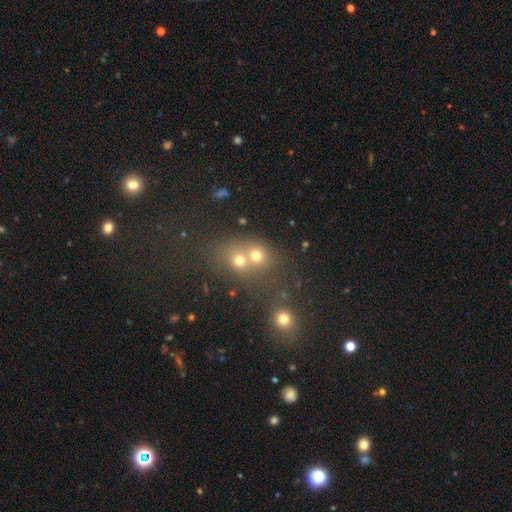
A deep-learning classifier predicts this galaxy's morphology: Overall: smooth (50%; star or artifact 35%). Merging: merger (51%; none 37%).